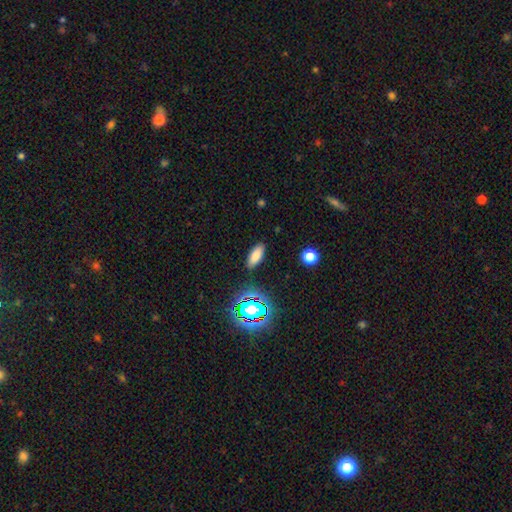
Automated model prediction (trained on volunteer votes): Smooth or featured? smooth (77%)
How rounded? in between (80%)
Merging? none (87%)